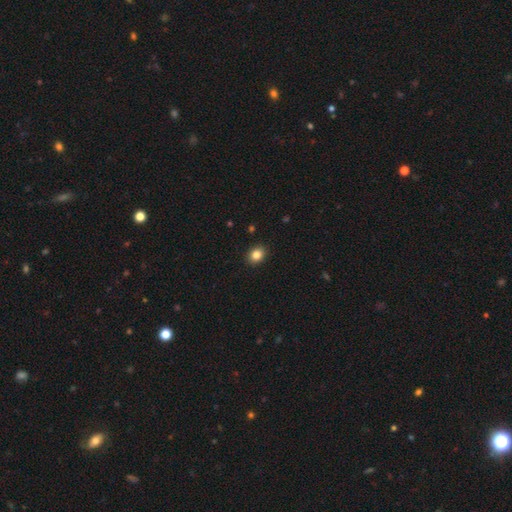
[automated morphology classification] This appears to be a smooth galaxy with no disk features (85%) that is round (54%). Merging: none (90%).